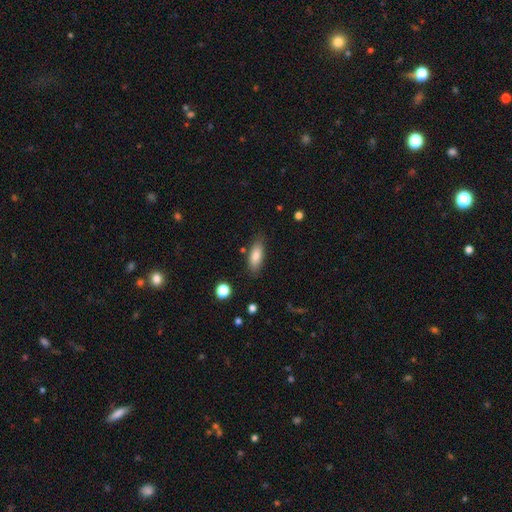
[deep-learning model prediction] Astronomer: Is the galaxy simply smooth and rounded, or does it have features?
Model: smooth — 83%.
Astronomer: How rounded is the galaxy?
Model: in between — 74%.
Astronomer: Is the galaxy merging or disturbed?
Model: none — 81%.